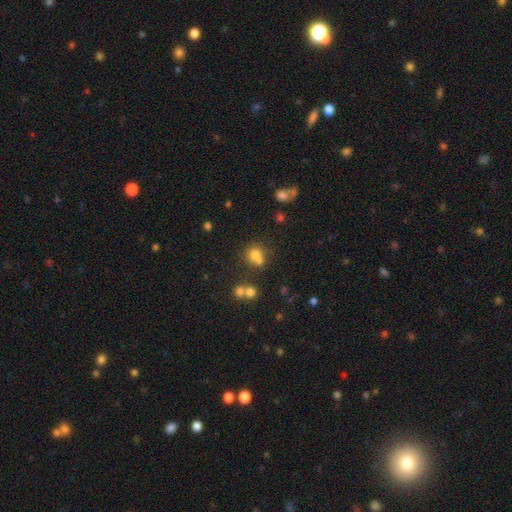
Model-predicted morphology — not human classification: This is likely a smooth galaxy (70%). How rounded: likely round (74%). Merging: marginally merger (43%).